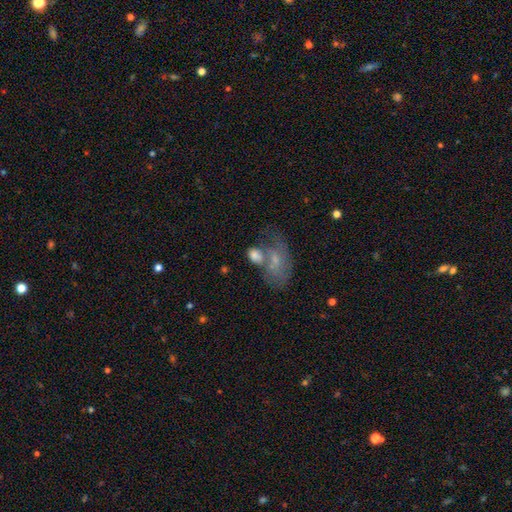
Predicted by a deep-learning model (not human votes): This appears to be a smooth galaxy with no disk features (64%) that is in between round and cigar-shaped (80%). Merging: merger (48%).